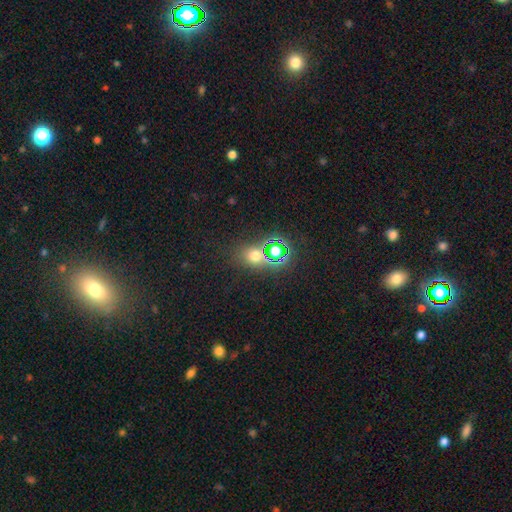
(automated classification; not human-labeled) smooth-or-featured: smooth: 55% | star or artifact: 37% | featured or disk: 8%
  how-rounded: round: 71% | in between: 28% | cigar-shaped: 2%
  merging: none: 75% | merger: 11% | minor disturbance: 10% | major disturbance: 4%